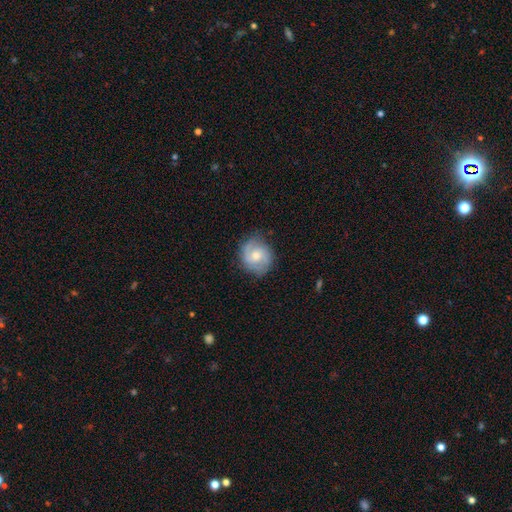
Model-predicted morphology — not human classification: This appears to be a featured or disk galaxy (60%) with no bar (63%), 2 (62%) tight (43%) spiral arms (88%) and a moderate central bulge (60%). Merging: none (76%).